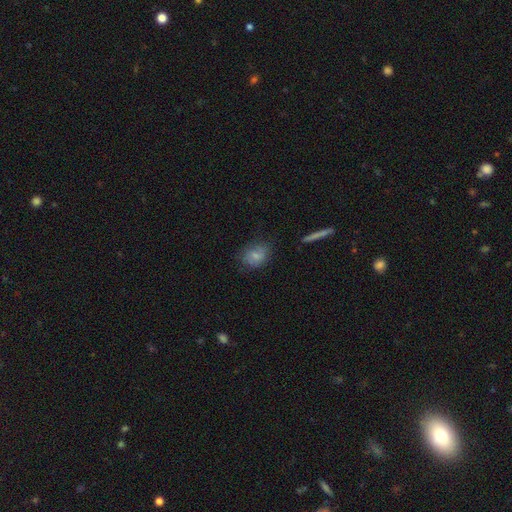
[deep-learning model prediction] smooth 74%, featured or disk 18%, star or artifact 8%. Down the decision tree: how rounded — in between (54%); merging — none (68%).